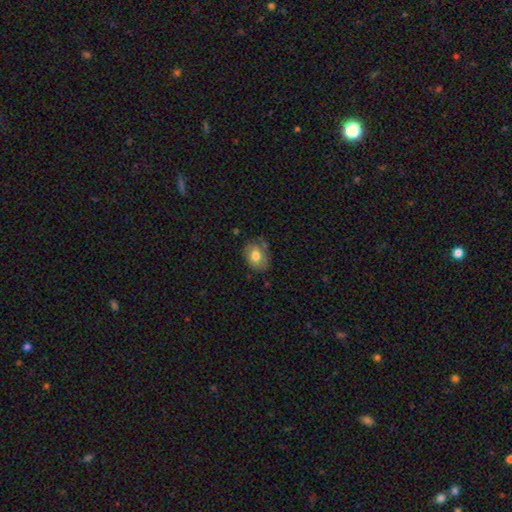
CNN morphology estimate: This appears to be a smooth galaxy with no disk features (67%) that is in between round and cigar-shaped (63%). Merging: none (65%).